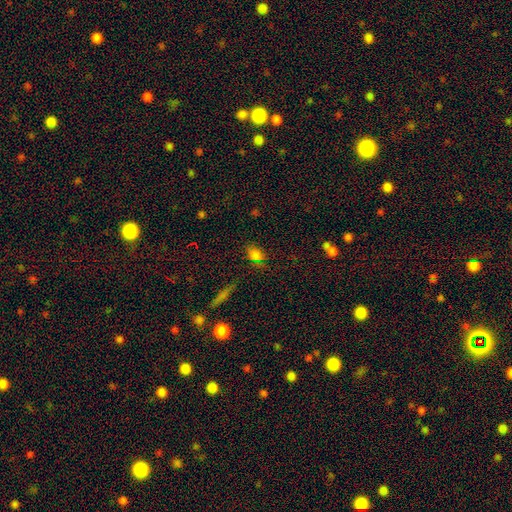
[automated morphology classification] type=smooth (67%); roundness=in between (69%); merging=none (78%).